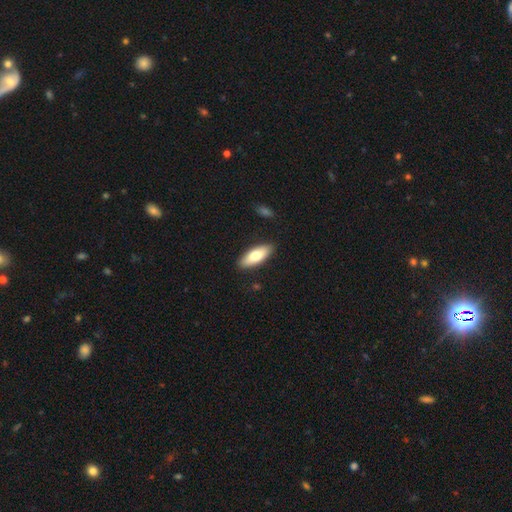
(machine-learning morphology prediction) The model was most divided on "how rounded": in between: 74%, cigar-shaped: 24%, round: 2%. More confident: merging — none (88%); smooth or featured — smooth (75%).